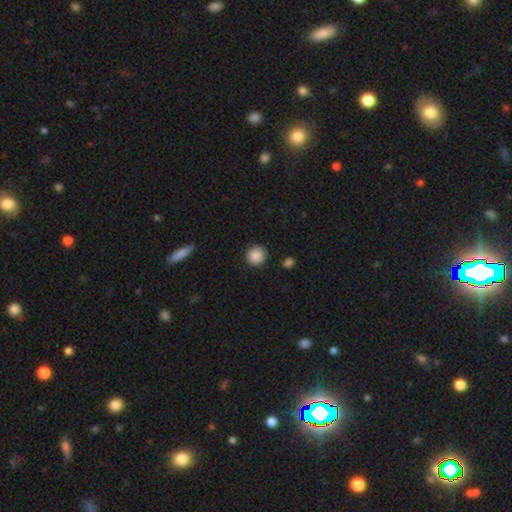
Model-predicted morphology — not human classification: The model was most divided on "smooth or featured": smooth: 88%, star or artifact: 9%, featured or disk: 3%. More confident: how rounded — round (93%); merging — none (90%).